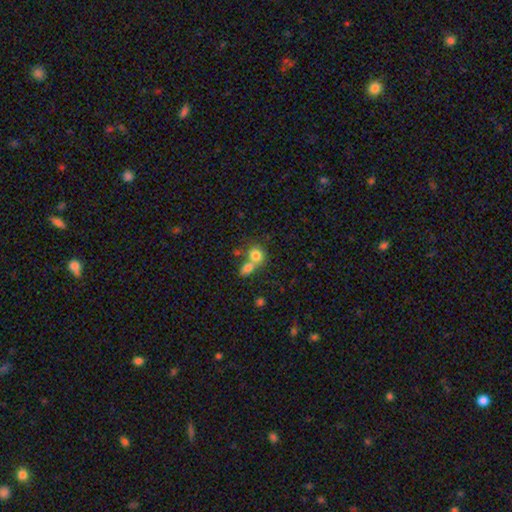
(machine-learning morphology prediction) smooth_or_featured: smooth (p=0.78) [alt: featured or disk p=0.11]
how_rounded: round (p=0.69) [alt: in between p=0.29]
merging: merger (p=0.55) [alt: none p=0.34]